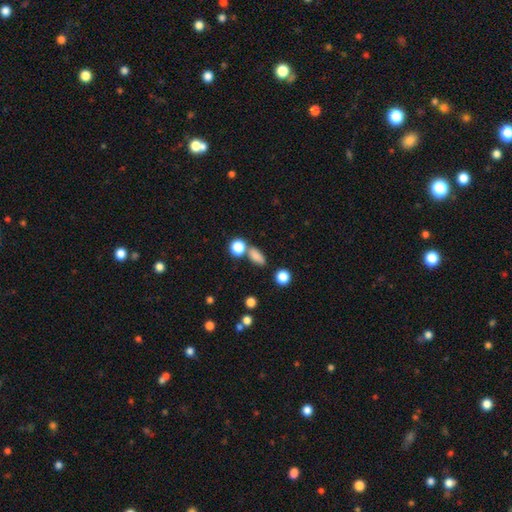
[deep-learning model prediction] Smooth or featured? smooth (82%)
How rounded? in between (69%)
Merging? none (66%)